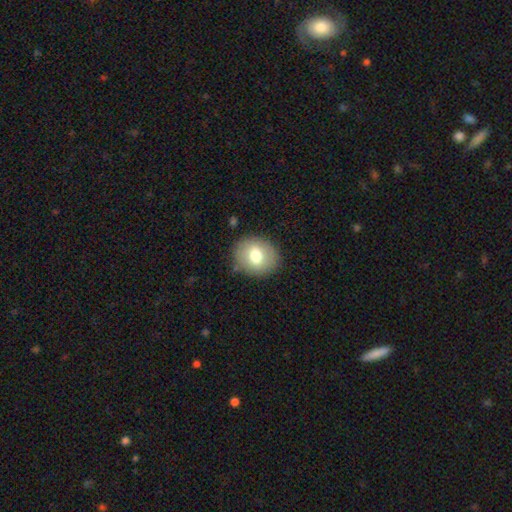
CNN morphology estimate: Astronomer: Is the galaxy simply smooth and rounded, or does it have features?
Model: smooth — 72%.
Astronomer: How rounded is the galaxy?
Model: round — 69%.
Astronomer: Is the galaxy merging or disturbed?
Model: none — 85%.